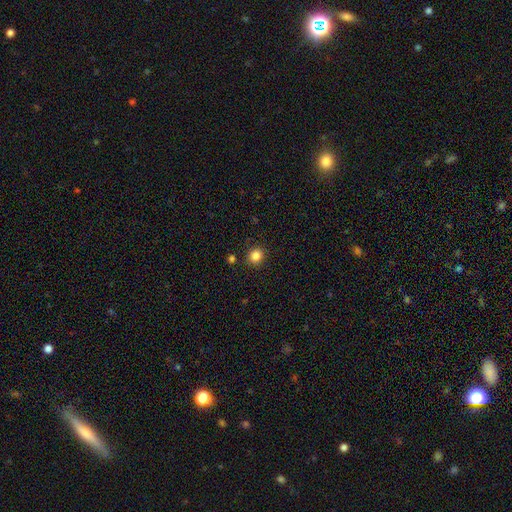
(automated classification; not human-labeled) Overall: smooth (84%). How rounded: round (86%). Merging: none (89%).